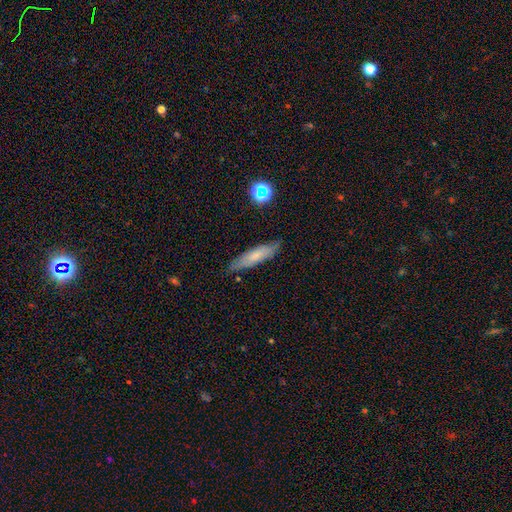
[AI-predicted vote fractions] This is likely a smooth galaxy (64%). How rounded: likely cigar-shaped (76%). Merging: clearly none (82%).